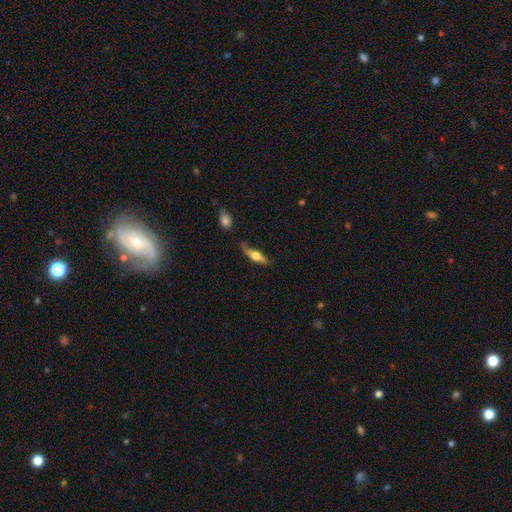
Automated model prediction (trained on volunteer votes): This appears to be a featured or disk galaxy (60%) viewed edge-on (92%) with a rounded central bulge (93%). Merging: none (69%).